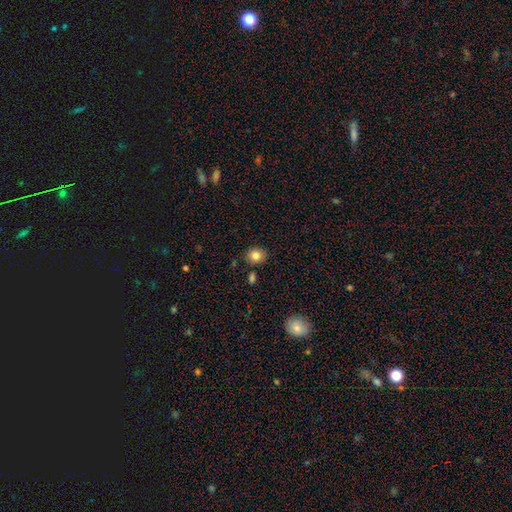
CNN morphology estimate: type=smooth (82%); roundness=round (63%); merging=none (84%).